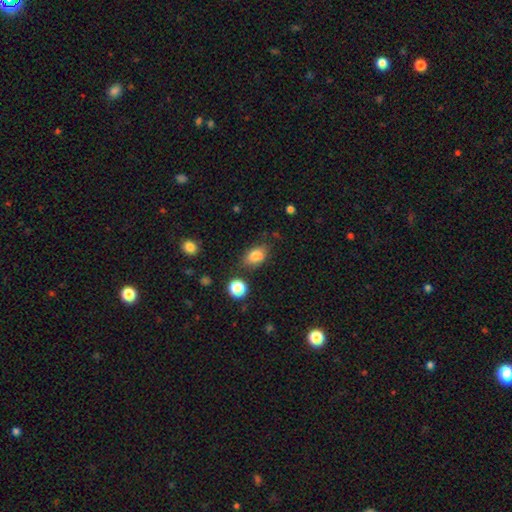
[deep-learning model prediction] Smooth or featured? Predicted: smooth (p=0.77). How rounded? Predicted: in between (p=0.77). Merging? Predicted: none (p=0.58).